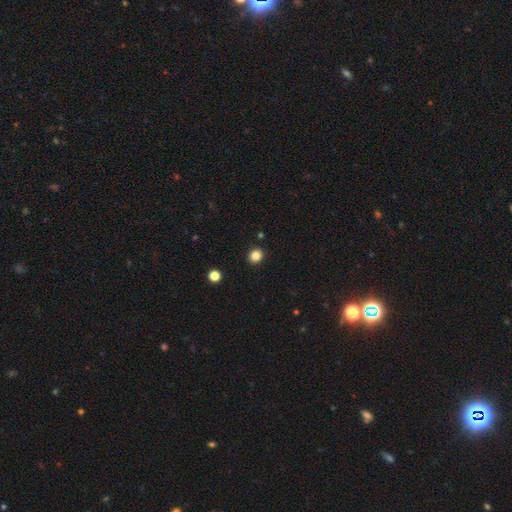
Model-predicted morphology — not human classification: Smooth or featured? Predicted: smooth (p=0.84). How rounded? Predicted: round (p=0.78). Merging? Predicted: none (p=0.91).